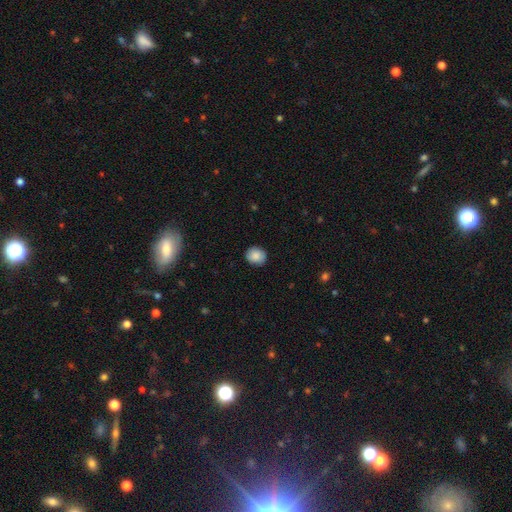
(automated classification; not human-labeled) smooth-or-featured: smooth: 87% | star or artifact: 8% | featured or disk: 5%
  how-rounded: round: 72% | in between: 27% | cigar-shaped: 1%
  merging: none: 88% | minor disturbance: 9% | major disturbance: 2% | merger: 1%